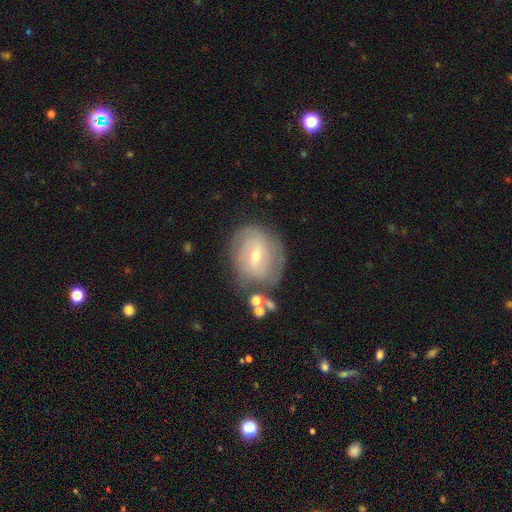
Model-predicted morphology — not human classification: Overall: featured or disk (67%). Edge-on disk: no (96%). Bar: weak (55%; no 27%). Spiral arms: yes (80%). Spiral arm count: 2 (46%; can't tell 36%). Spiral winding: tight (52%; medium 34%). Bulge size: small (63%; moderate 34%). Merging: none (72%).